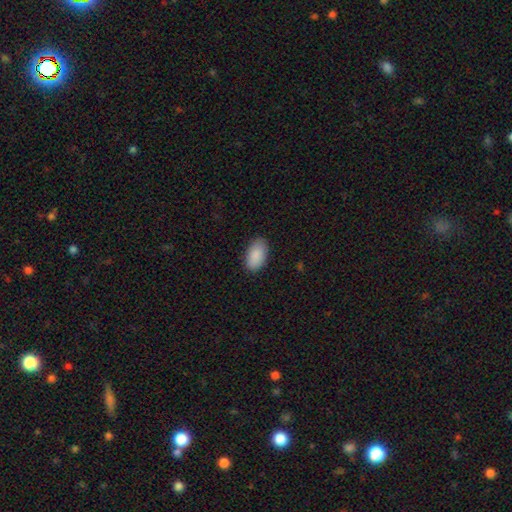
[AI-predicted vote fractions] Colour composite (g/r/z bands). It shows a smooth galaxy with no disk features (90%) that is in between round and cigar-shaped (95%). Merging: none (85%).